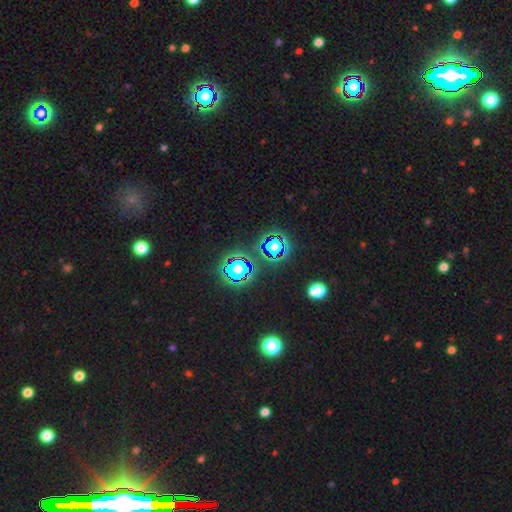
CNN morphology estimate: Smooth or featured? Predicted: star or artifact (p=0.80).